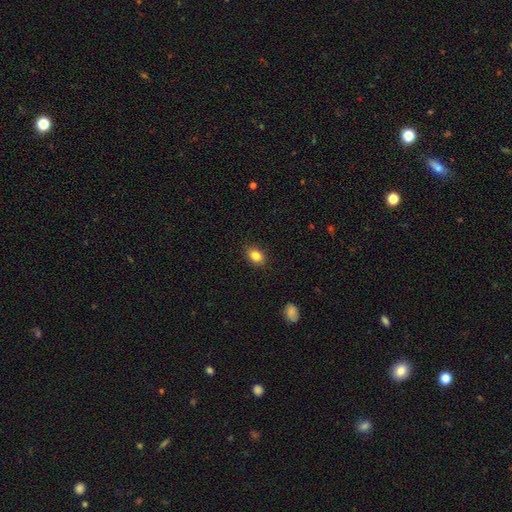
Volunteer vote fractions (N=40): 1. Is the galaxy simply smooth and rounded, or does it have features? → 78% smooth, 20% featured or disk, 2% star or artifact.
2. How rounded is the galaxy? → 87% in between, 13% round, 0% cigar-shaped.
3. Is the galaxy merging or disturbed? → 95% none, 5% minor disturbance, 0% major disturbance, 0% merger.